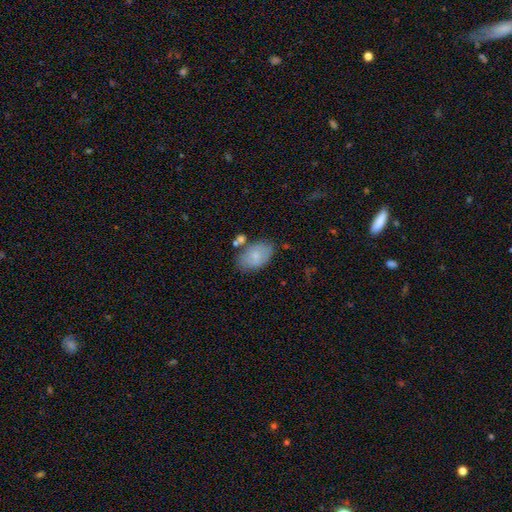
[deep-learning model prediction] Smooth or featured? Predicted: smooth (p=0.78). How rounded? Predicted: in between (p=0.92). Merging? Predicted: none (p=0.70).